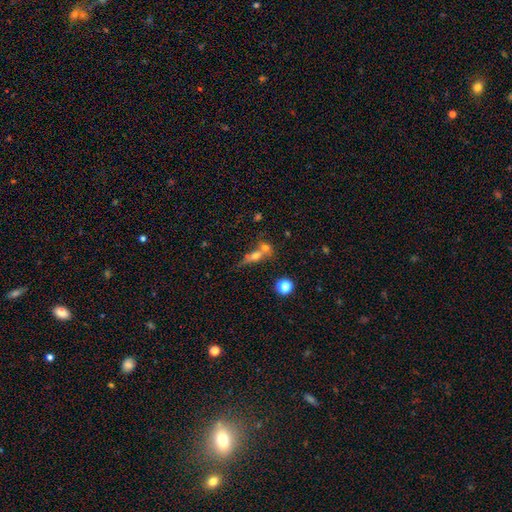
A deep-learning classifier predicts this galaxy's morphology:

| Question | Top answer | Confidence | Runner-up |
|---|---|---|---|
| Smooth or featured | smooth | 52% | featured or disk (32%) |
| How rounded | in between | 38% | round (37%) |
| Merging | merger | 55% | none (29%) |